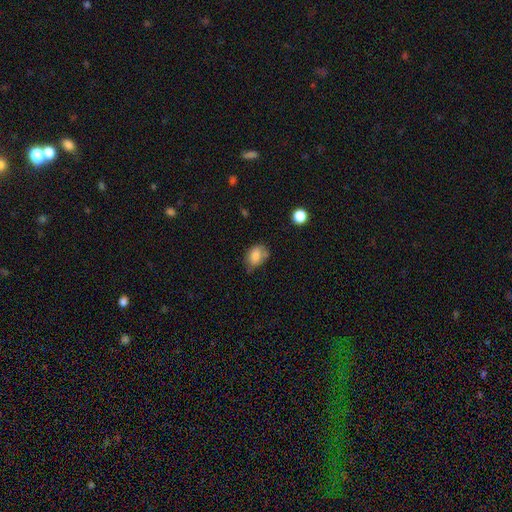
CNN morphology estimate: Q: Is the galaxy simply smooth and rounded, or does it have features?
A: smooth — 80%.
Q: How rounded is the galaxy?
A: in between — 76%.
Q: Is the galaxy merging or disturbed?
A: none — 52%.